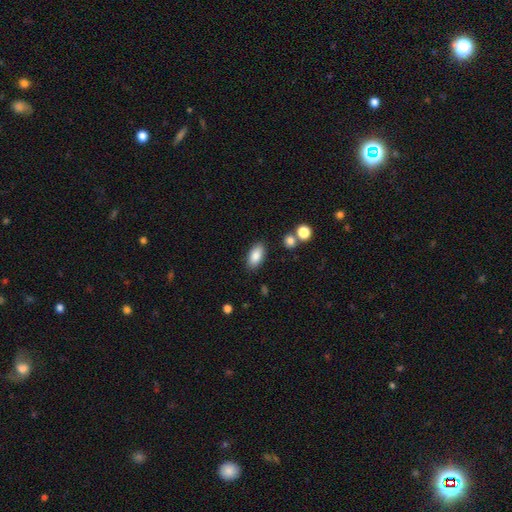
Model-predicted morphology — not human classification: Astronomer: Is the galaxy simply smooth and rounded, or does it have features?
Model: smooth — 86%.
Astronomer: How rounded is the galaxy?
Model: in between — 91%.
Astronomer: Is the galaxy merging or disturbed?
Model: none — 85%.